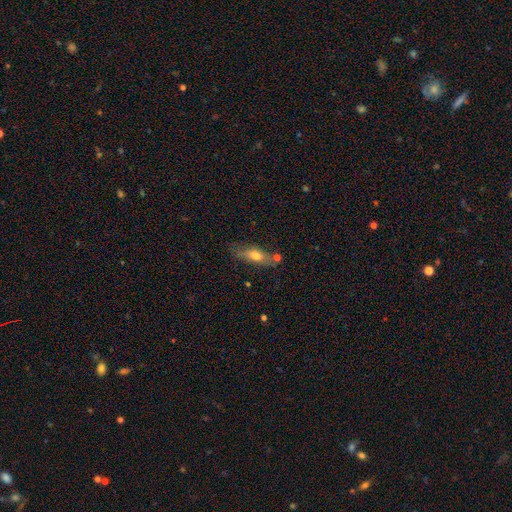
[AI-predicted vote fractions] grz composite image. It shows a smooth galaxy with no disk features (57%) that is cigar-shaped (48%, tied with in between). Merging: none (64%).